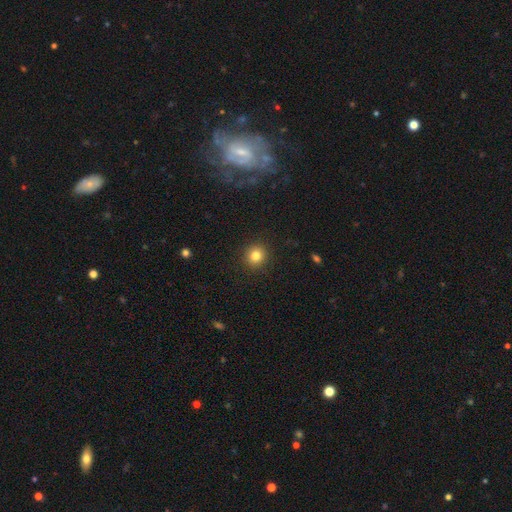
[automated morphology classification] Smooth or featured? smooth (83%)
How rounded? round (90%)
Merging? none (92%)